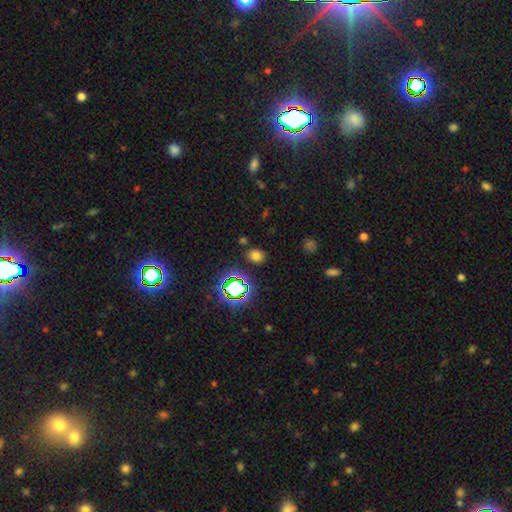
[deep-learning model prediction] smooth-or-featured: smooth: 69% | star or artifact: 25% | featured or disk: 6%
  how-rounded: in between: 53% | round: 46% | cigar-shaped: 1%
  merging: none: 83% | minor disturbance: 10% | merger: 4% | major disturbance: 3%